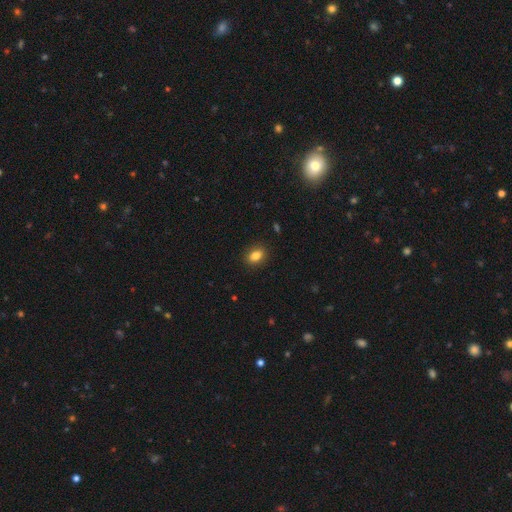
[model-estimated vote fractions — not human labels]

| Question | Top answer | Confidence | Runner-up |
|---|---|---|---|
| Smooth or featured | smooth | 84% | star or artifact (10%) |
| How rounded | in between | 70% | round (29%) |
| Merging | none | 89% | minor disturbance (8%) |